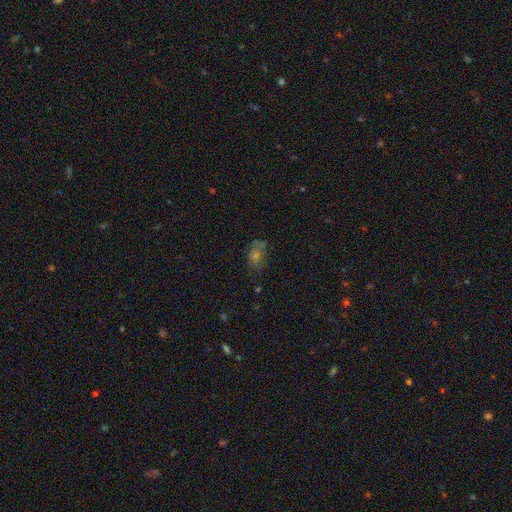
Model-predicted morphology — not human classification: Overall: smooth (43%; star or artifact 30%). Merging: none (61%).